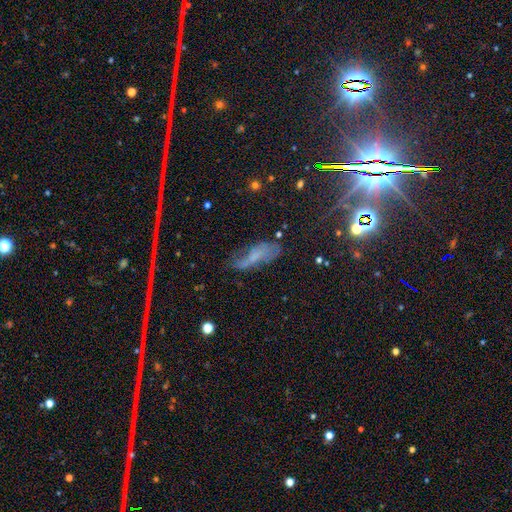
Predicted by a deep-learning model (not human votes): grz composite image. It shows a featured or disk galaxy (39%, tied with smooth). Merging: none (50%).